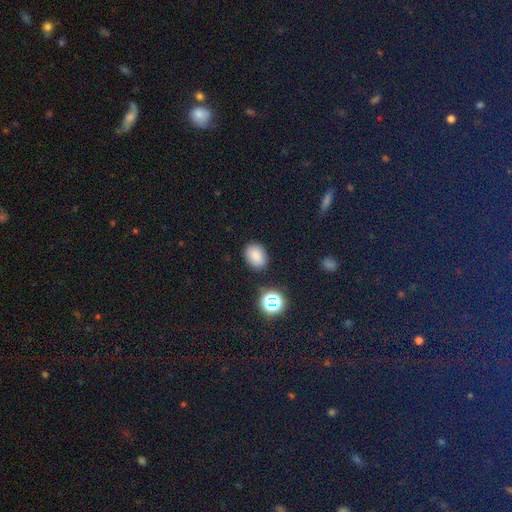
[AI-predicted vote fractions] Smooth or featured? smooth (80%)
How rounded? in between (64%)
Merging? none (83%)